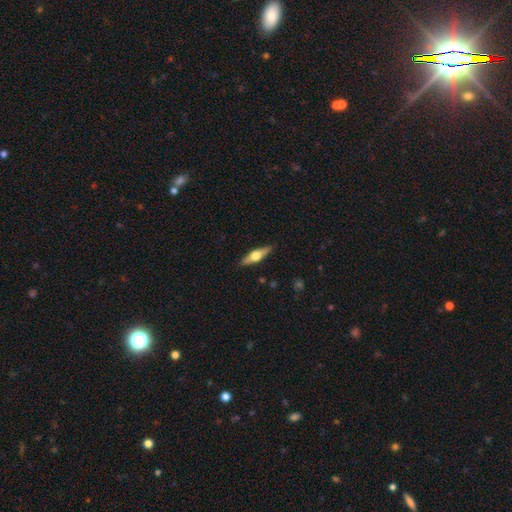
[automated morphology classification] smooth_or_featured: featured or disk (p=0.58) [alt: smooth p=0.37]
disk_edge_on: yes (p=0.95) [alt: no p=0.05]
edge_on_bulge: rounded (p=0.95) [alt: boxy p=0.04]
merging: none (p=0.89) [alt: minor disturbance p=0.08]